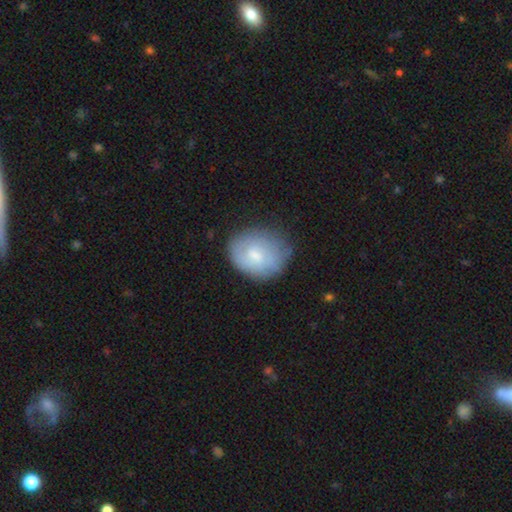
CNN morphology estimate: type=smooth (55%); roundness=round (56%); merging=none (67%).